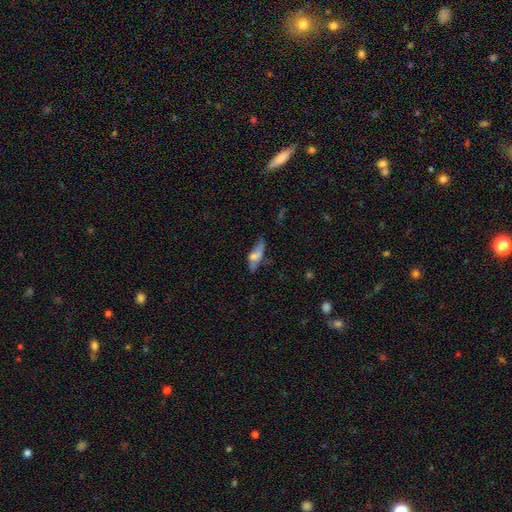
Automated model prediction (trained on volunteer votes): Q: Smooth or featured?
A: smooth (63%); runner-up: featured or disk (28%)
Q: How rounded?
A: in between (53%); runner-up: cigar-shaped (44%)
Q: Merging?
A: none (48%); runner-up: minor disturbance (29%)